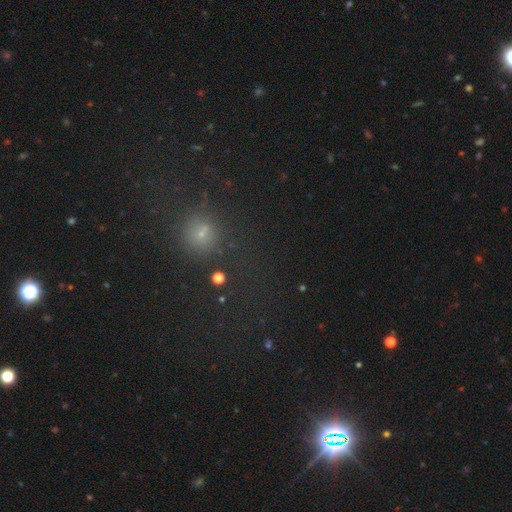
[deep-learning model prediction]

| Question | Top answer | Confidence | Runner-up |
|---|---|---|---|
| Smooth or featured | smooth | 51% | star or artifact (41%) |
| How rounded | round | 85% | in between (13%) |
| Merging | none | 79% | minor disturbance (10%) |